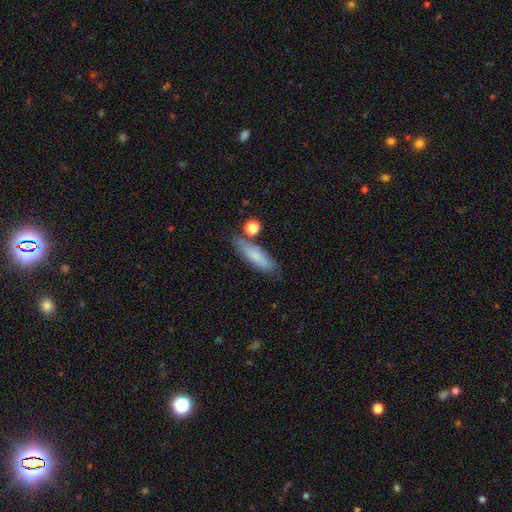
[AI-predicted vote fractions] smooth 74%, featured or disk 19%, star or artifact 7%. Down the decision tree: how rounded — cigar-shaped (60%); merging — none (70%).